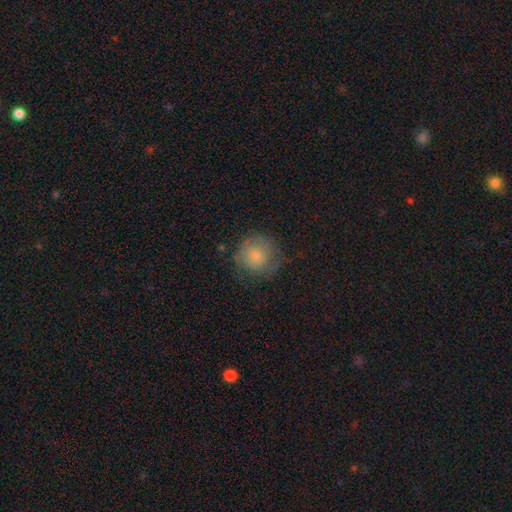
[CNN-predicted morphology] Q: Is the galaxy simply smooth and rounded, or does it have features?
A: smooth — 73%.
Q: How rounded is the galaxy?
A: round — 91%.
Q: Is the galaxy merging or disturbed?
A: none — 64%.